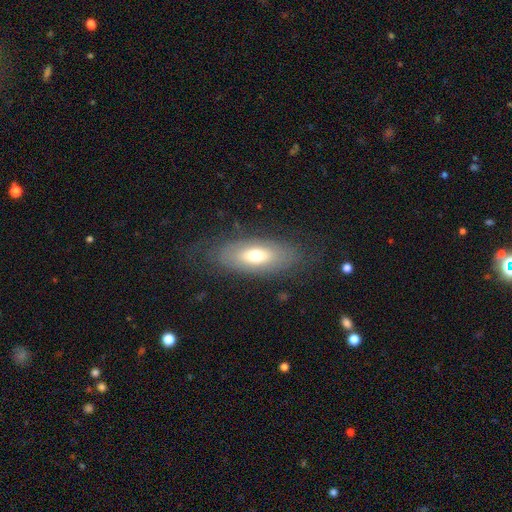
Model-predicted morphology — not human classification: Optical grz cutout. It shows a smooth galaxy with no disk features (57%) that is in between round and cigar-shaped (83%). Merging: none (74%).